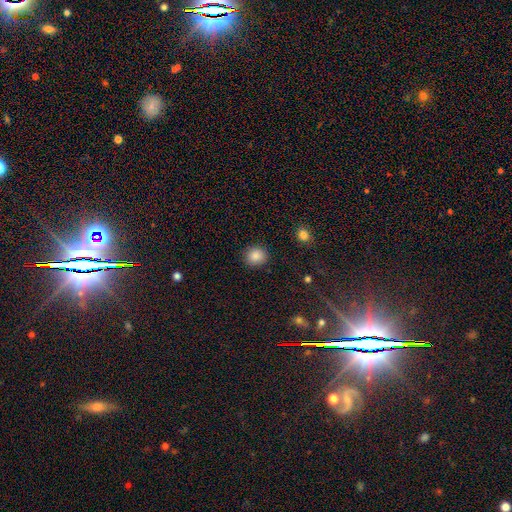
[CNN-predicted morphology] type=smooth (86%); roundness=round (85%); merging=none (90%).